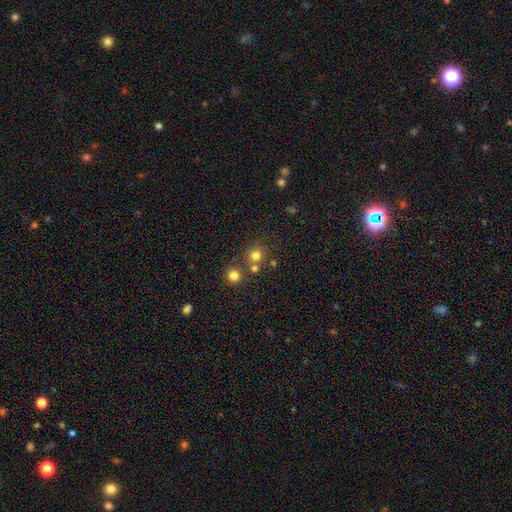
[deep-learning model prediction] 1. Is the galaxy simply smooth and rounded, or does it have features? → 74% smooth, 18% star or artifact, 8% featured or disk.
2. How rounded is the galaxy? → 91% round, 8% in between, 1% cigar-shaped.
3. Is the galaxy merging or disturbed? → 70% none, 20% merger, 7% minor disturbance, 3% major disturbance.